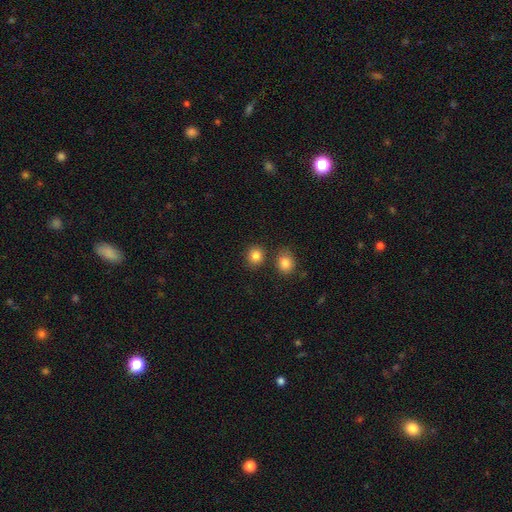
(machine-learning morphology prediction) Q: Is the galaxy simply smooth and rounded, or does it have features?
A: smooth — 83%.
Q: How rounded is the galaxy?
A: round — 84%.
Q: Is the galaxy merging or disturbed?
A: none — 79%.